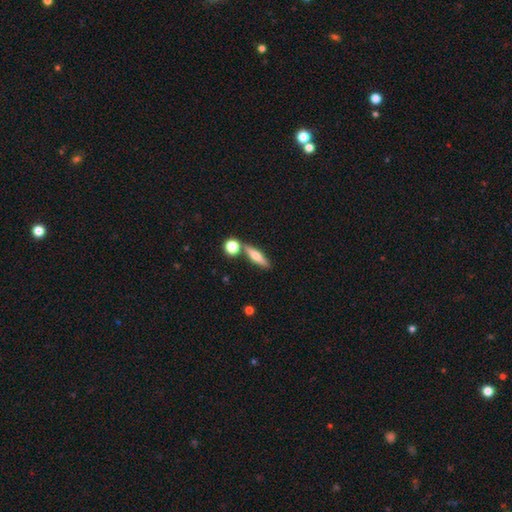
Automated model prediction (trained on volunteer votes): The model was most divided on "smooth or featured": smooth: 48%, featured or disk: 45%, star or artifact: 8%. More confident: merging — none (74%).